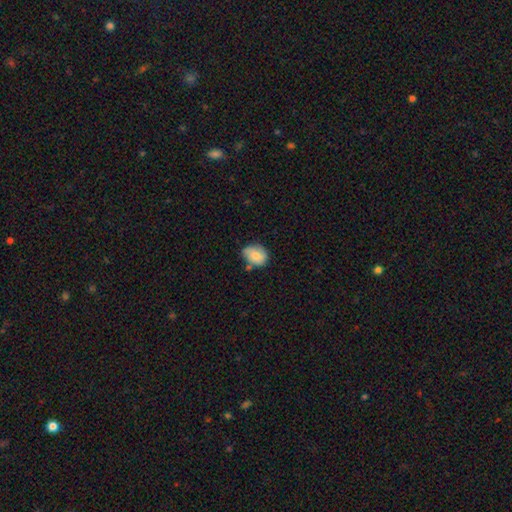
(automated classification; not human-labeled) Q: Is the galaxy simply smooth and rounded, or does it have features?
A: smooth — 73%.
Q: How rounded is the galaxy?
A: in between — 53%.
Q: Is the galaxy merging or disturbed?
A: none — 55%.